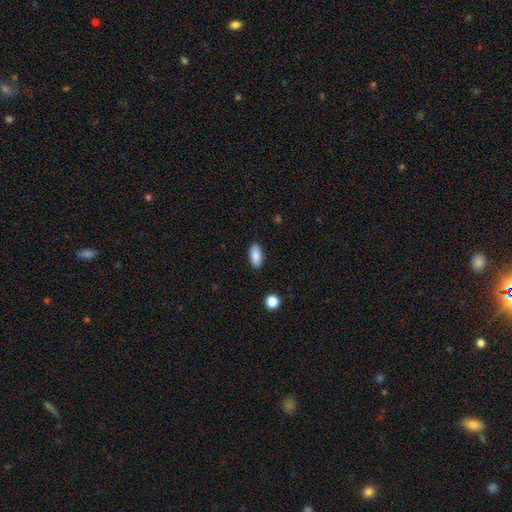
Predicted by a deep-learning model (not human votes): A smooth galaxy with no disk features (88%) that is in between round and cigar-shaped (91%). Merging: none (88%).